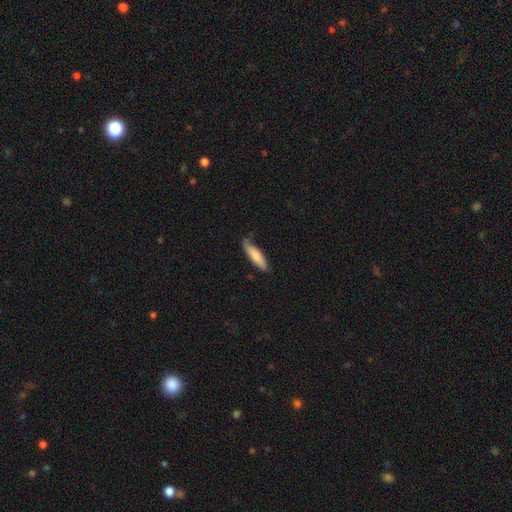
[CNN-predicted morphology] Smooth or featured: smooth — 79% (featured or disk — 16%)
How rounded: cigar-shaped — 68% (in between — 30%)
Merging: none — 67% (minor disturbance — 27%)